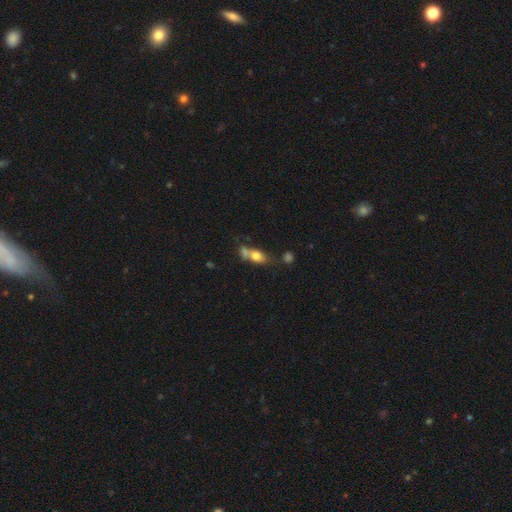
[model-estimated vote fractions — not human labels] Smooth or featured? Predicted: smooth (p=0.72). How rounded? Predicted: in between (p=0.73). Merging? Predicted: merger (p=0.44).